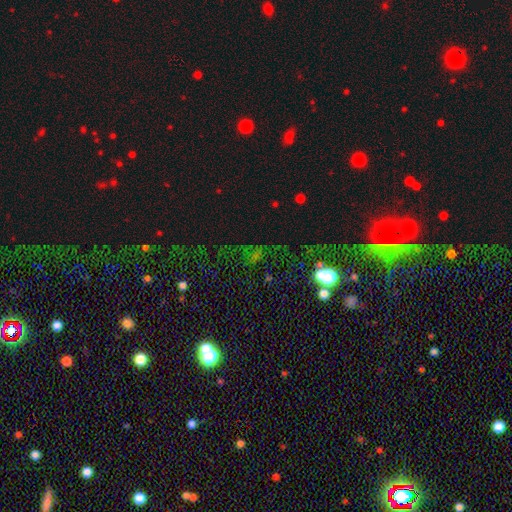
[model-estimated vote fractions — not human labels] This is possibly a star or artifact rather than a galaxy (58%).